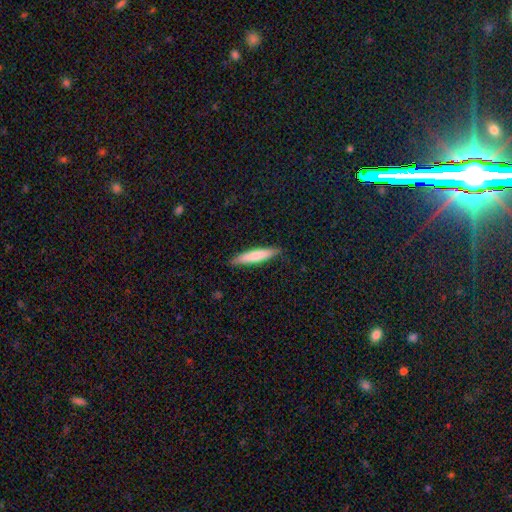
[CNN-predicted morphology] This appears to be a smooth galaxy with no disk features (77%) that is cigar-shaped (88%). Merging: none (88%).